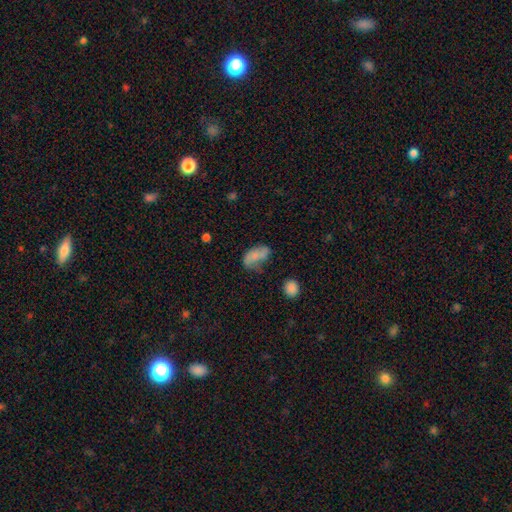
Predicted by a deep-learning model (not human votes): Q: Smooth or featured?
A: smooth (65%); runner-up: featured or disk (25%)
Q: How rounded?
A: in between (91%); runner-up: round (6%)
Q: Merging?
A: none (40%); runner-up: minor disturbance (31%)